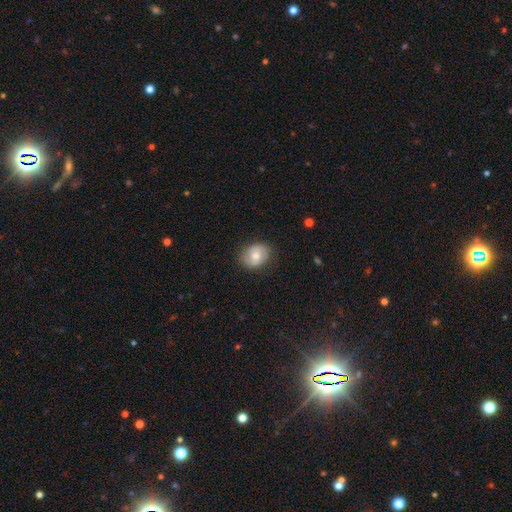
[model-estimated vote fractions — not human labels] Smooth or featured?
  - smooth: 59% *
  - featured or disk: 33%
  - star or artifact: 8%
How rounded?
  - round: 50% *
  - in between: 49%
  - cigar-shaped: 1%
Merging?
  - none: 80% *
  - minor disturbance: 15%
  - major disturbance: 4%
  - merger: 1%